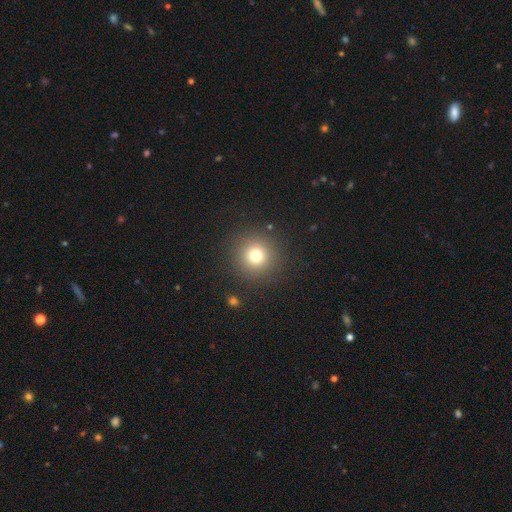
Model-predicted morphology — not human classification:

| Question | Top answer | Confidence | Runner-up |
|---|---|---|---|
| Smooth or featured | smooth | 75% | star or artifact (15%) |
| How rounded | round | 95% | in between (4%) |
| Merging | none | 89% | minor disturbance (6%) |